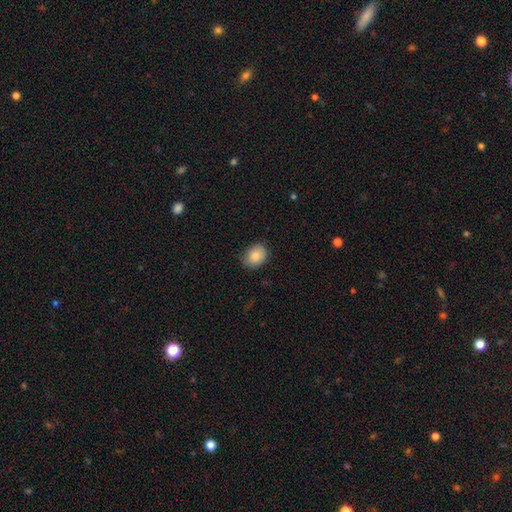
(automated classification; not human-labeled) Morphology: type=smooth (87%); roundness=in between (65%); merging=none (81%).